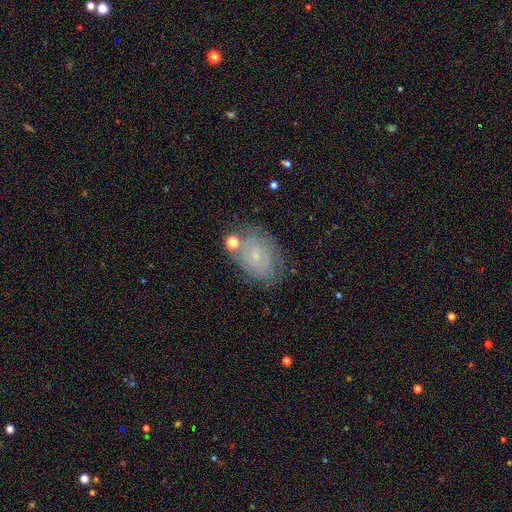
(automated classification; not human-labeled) Q: Smooth or featured?
A: featured or disk (57%); runner-up: smooth (31%)
Q: Edge-on disk?
A: no (96%); runner-up: yes (4%)
Q: Bar?
A: no (73%); runner-up: weak (23%)
Q: Spiral arms?
A: yes (80%); runner-up: no (20%)
Q: Bulge size?
A: small (80%); runner-up: moderate (13%)
Q: Merging?
A: none (66%); runner-up: minor disturbance (20%)